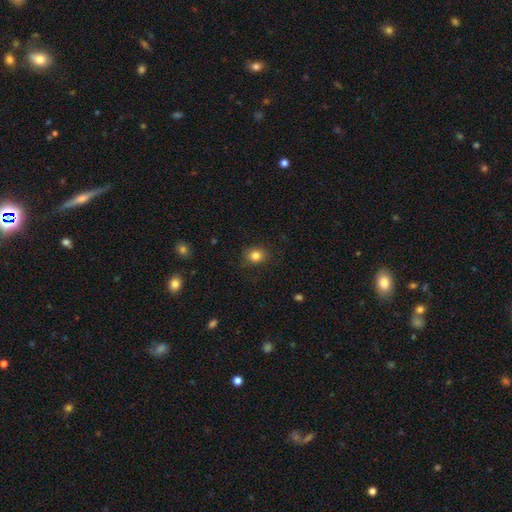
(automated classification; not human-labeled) Q: Smooth or featured?
A: smooth (83%); runner-up: star or artifact (11%)
Q: How rounded?
A: round (66%); runner-up: in between (34%)
Q: Merging?
A: none (85%); runner-up: minor disturbance (11%)